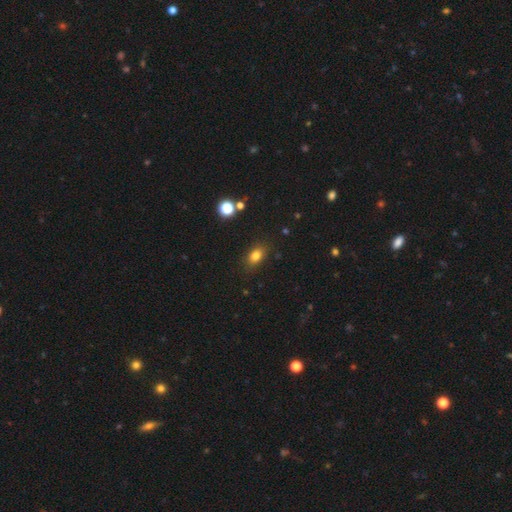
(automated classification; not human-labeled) Overall: smooth (81%). How rounded: in between (79%). Merging: none (85%).